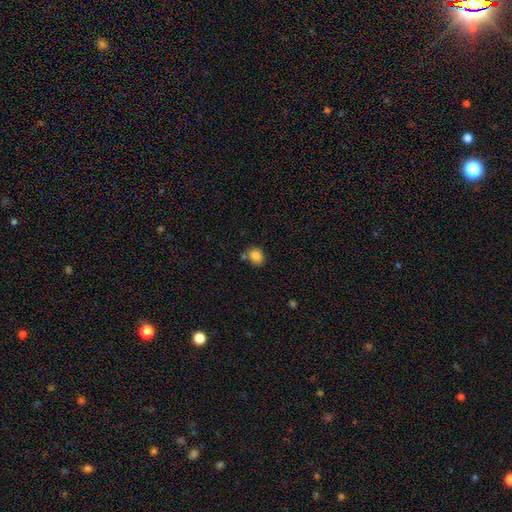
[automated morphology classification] This is clearly a smooth galaxy (84%). How rounded: likely round (64%). Merging: likely none (68%).